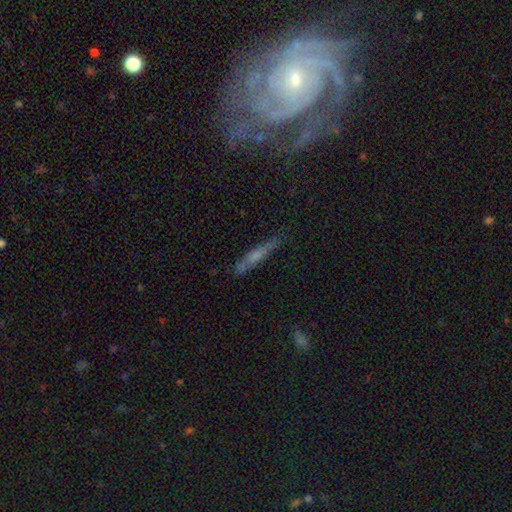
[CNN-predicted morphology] The model was most divided on "smooth or featured": smooth: 46%, featured or disk: 44%, star or artifact: 10%. More confident: merging — none (79%).